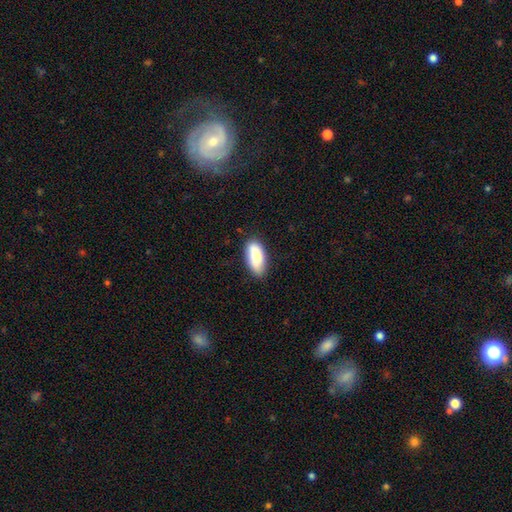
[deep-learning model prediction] Morphology: type=smooth (87%); roundness=in between (88%); merging=none (80%).